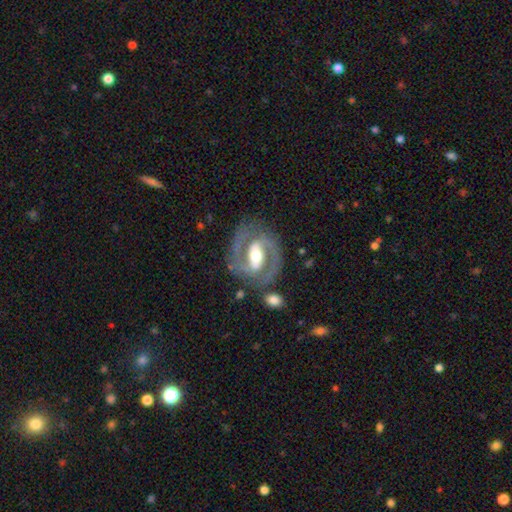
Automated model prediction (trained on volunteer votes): The model was most divided on "spiral winding": medium: 53%, tight: 36%, loose: 11%. More confident: edge-on disk — no (96%); spiral arms — yes (92%); spiral arm count — 2 (90%); smooth or featured — featured or disk (87%); merging — none (77%); bulge size — moderate (67%); bar — strong (55%).